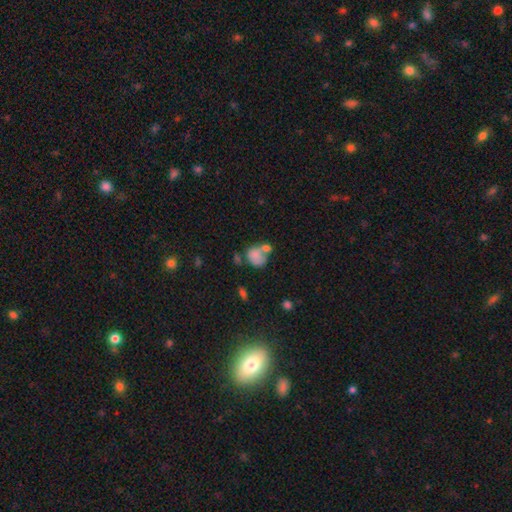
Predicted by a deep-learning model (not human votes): smooth-or-featured: smooth: 74% | featured or disk: 16% | star or artifact: 10%
  how-rounded: round: 51% | in between: 47% | cigar-shaped: 1%
  merging: merger: 50% | none: 26% | minor disturbance: 14% | major disturbance: 10%